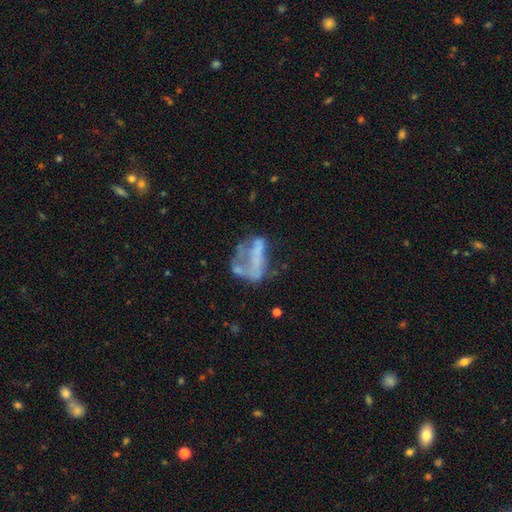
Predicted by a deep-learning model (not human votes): A featured or disk galaxy (54%) with no bar (79%), no spiral arms (85%) and no central bulge (78%).

Vote fractions:
- Smooth or featured? featured or disk: 54% / smooth: 31% / star or artifact: 15%
- Edge-on disk? no: 95% / yes: 5%
- Bar? no: 79% / weak: 11% / strong: 10%
- Spiral arms? no: 85% / yes: 15%
- Bulge size? none: 78% / small: 11% / moderate: 7% / large: 3% / dominant: 2%
- Merging? major disturbance: 40% / none: 28% / minor disturbance: 18% / merger: 14%